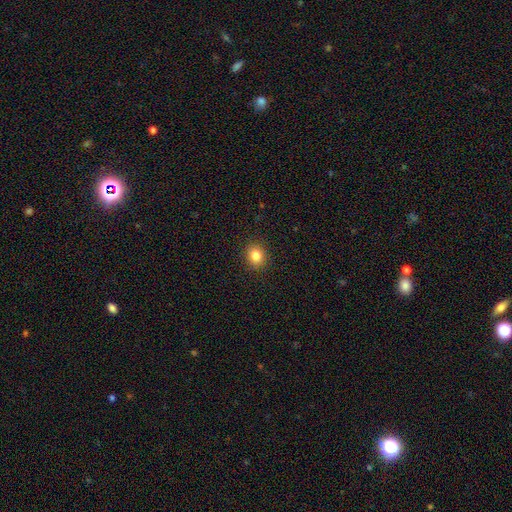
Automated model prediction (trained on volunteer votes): smooth-or-featured: smooth: 84% | star or artifact: 11% | featured or disk: 5%
  how-rounded: round: 66% | in between: 33% | cigar-shaped: 1%
  merging: none: 90% | minor disturbance: 7% | major disturbance: 2% | merger: 1%